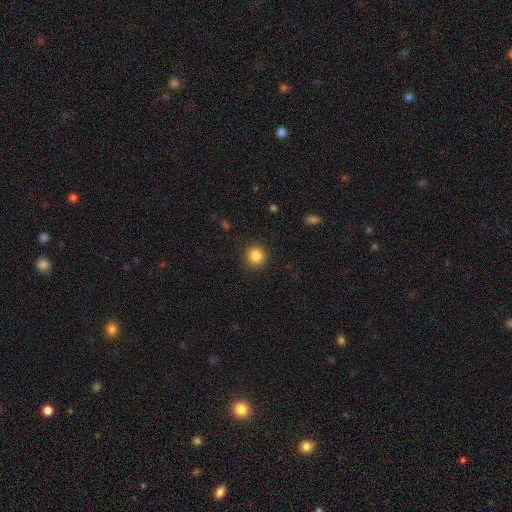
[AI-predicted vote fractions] smooth 86%, star or artifact 10%, featured or disk 4%. Down the decision tree: how rounded — round (94%); merging — none (91%).